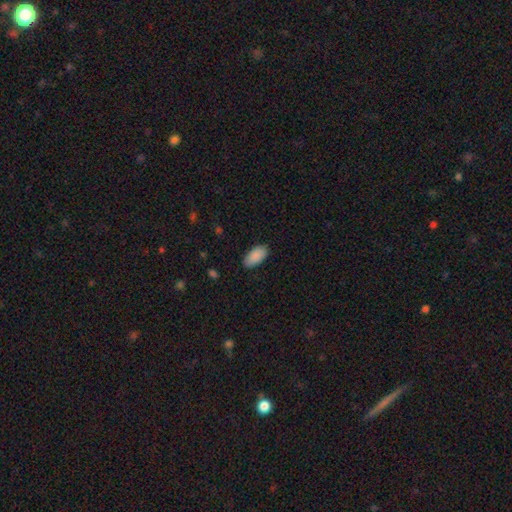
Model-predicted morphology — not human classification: Smooth or featured: smooth — 90% (star or artifact — 6%)
How rounded: in between — 94% (cigar-shaped — 4%)
Merging: none — 85% (minor disturbance — 12%)